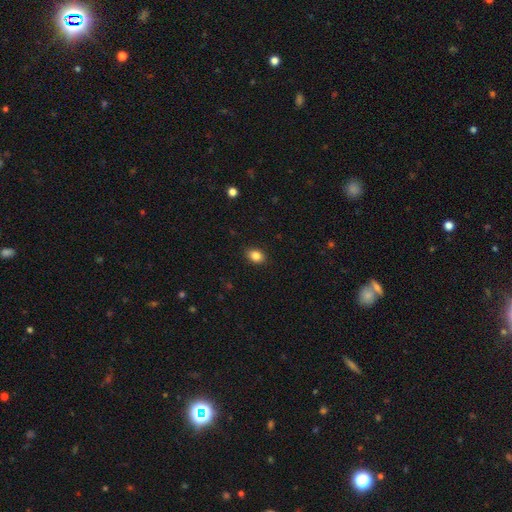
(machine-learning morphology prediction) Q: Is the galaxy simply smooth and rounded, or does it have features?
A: smooth — 85%.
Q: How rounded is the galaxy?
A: in between — 67%.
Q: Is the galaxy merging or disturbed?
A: none — 89%.